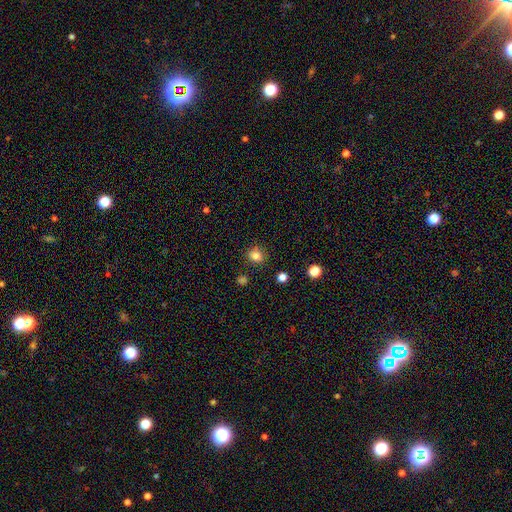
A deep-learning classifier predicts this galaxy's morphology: smooth 82%, star or artifact 13%, featured or disk 5%. Down the decision tree: how rounded — round (74%); merging — none (84%).